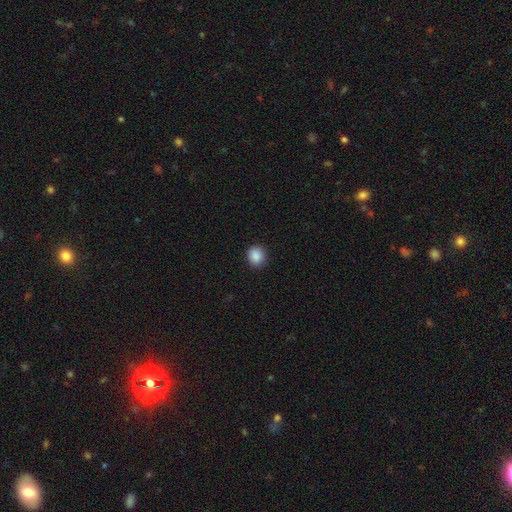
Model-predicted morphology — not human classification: smooth 88%, star or artifact 9%, featured or disk 3%. Down the decision tree: how rounded — round (87%); merging — none (91%).